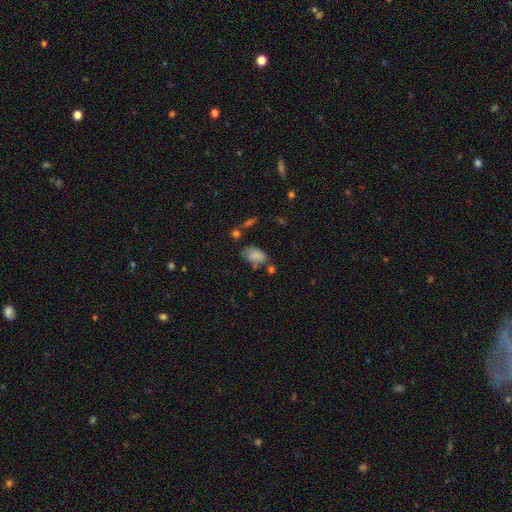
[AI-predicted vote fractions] Morphology: type=smooth (79%); roundness=in between (89%); merging=none (47%).